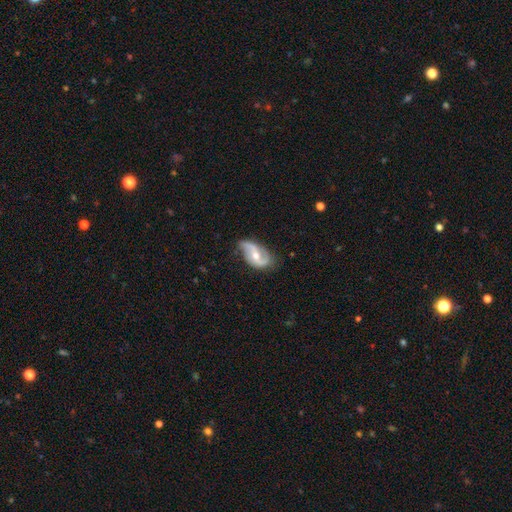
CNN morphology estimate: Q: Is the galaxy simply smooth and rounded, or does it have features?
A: featured or disk — 79%.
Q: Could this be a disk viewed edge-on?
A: no — 96%.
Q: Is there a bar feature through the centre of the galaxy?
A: no — 44%.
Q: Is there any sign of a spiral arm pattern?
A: yes — 93%.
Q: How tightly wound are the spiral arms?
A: loose — 66%.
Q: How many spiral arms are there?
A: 2 — 89%.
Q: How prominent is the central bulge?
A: moderate — 62%.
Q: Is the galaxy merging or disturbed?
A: none — 65%.